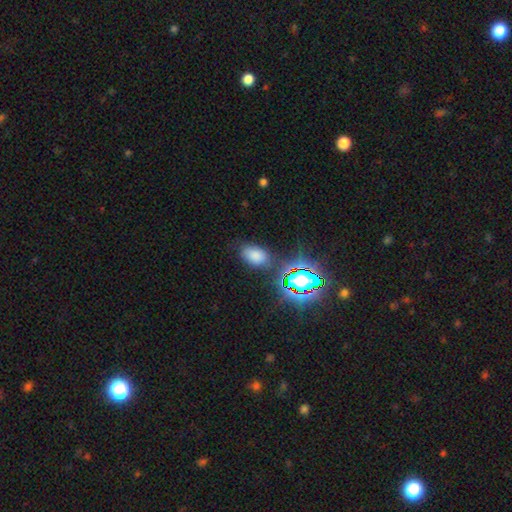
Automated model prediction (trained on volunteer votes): The model was most divided on "smooth or featured": smooth: 69%, star or artifact: 23%, featured or disk: 8%. More confident: how rounded — in between (88%); merging — none (74%).